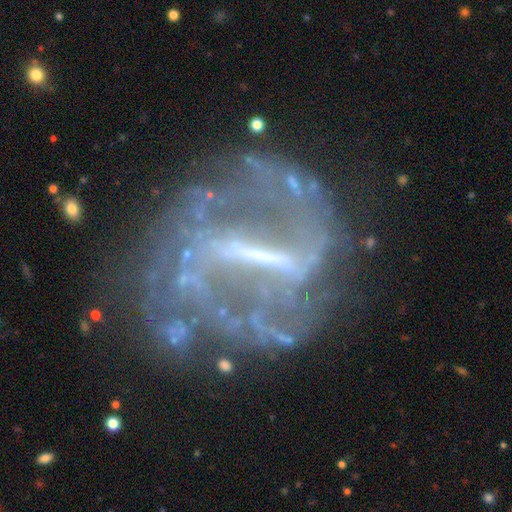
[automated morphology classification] Smooth or featured?
  - featured or disk: 83% *
  - star or artifact: 9%
  - smooth: 7%
Edge-on disk?
  - no: 94% *
  - yes: 6%
Bar?
  - strong: 71% *
  - weak: 22%
  - no: 7%
Spiral arms?
  - yes: 71% *
  - no: 29%
Spiral winding?
  - medium: 36% *
  - loose: 32%
  - tight: 31%
Spiral arm count?
  - 2: 43% *
  - can't tell: 35%
  - 3: 7%
  - 1: 7%
  - 4: 4%
  - more than 4: 4%
Bulge size?
  - none: 40% *
  - small: 33%
  - moderate: 23%
  - large: 4%
  - dominant: 1%
Merging?
  - none: 59% *
  - major disturbance: 20%
  - minor disturbance: 17%
  - merger: 4%